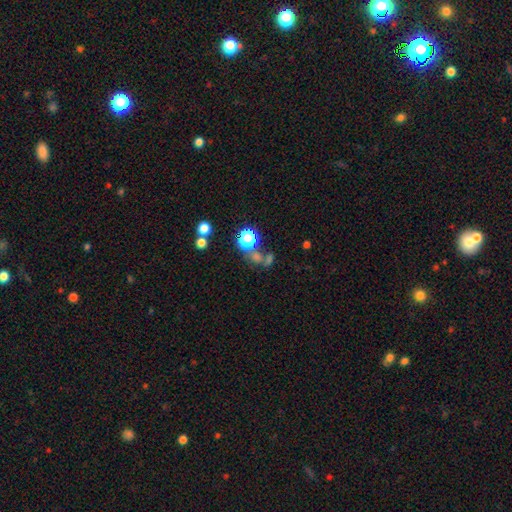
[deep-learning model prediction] The model was most divided on "smooth or featured" (2-way tie): star or artifact: 43%, smooth: 43%, featured or disk: 13%.